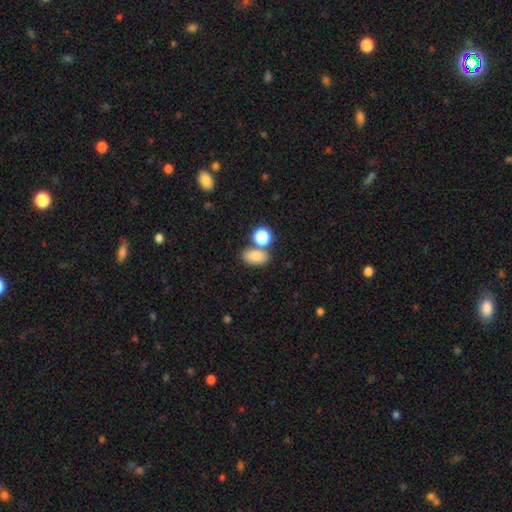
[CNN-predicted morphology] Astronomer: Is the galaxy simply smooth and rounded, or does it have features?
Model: smooth — 81%.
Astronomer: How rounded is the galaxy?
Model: in between — 83%.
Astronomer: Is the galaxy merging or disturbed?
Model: none — 64%.